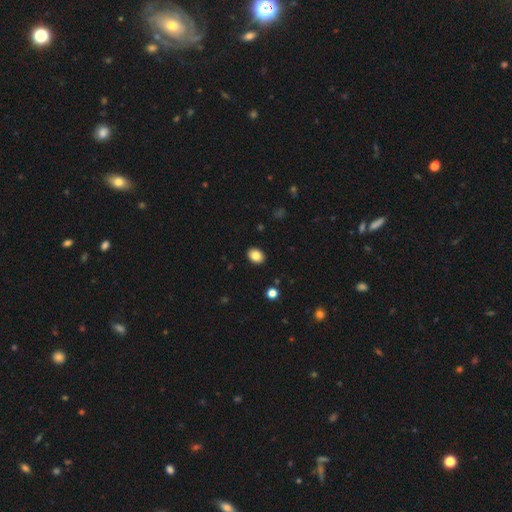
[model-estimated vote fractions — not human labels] Morphology: type=smooth (84%); roundness=in between (63%); merging=none (91%).